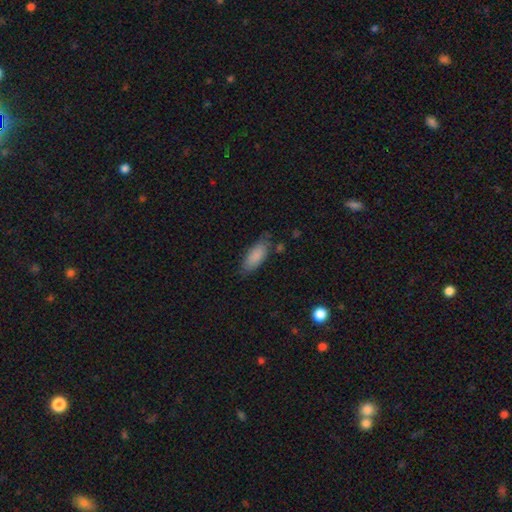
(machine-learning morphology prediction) A smooth galaxy with no disk features (86%) that is in between round and cigar-shaped (78%).

Vote fractions:
- Smooth or featured? smooth: 86% / featured or disk: 8% / star or artifact: 6%
- How rounded? in between: 78% / cigar-shaped: 20% / round: 2%
- Merging? none: 72% / minor disturbance: 21% / major disturbance: 5% / merger: 3%